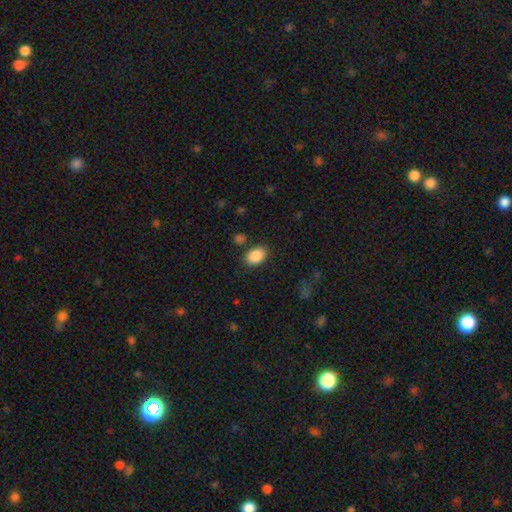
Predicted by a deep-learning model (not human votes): This appears to be a smooth galaxy with no disk features (88%) that is in between round and cigar-shaped (81%). Merging: none (83%).